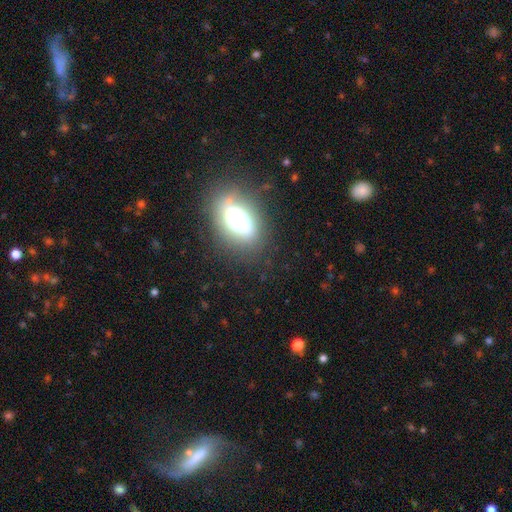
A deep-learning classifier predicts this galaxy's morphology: type=smooth (53%); roundness=in between (82%); merging=none (69%).